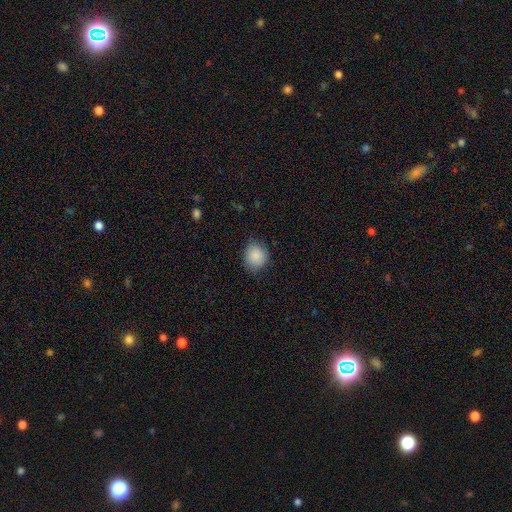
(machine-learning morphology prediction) A smooth galaxy with no disk features (88%) that is round (74%).

Vote fractions:
- Smooth or featured? smooth: 88% / star or artifact: 8% / featured or disk: 4%
- How rounded? round: 74% / in between: 25% / cigar-shaped: 1%
- Merging? none: 81% / minor disturbance: 15% / major disturbance: 3% / merger: 1%